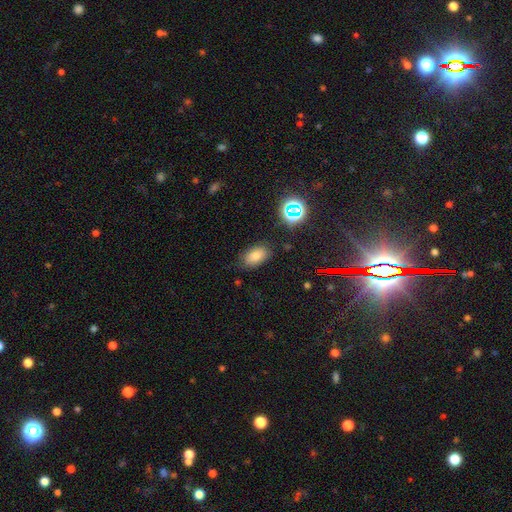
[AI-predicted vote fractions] smooth 78%, star or artifact 14%, featured or disk 8%. Down the decision tree: how rounded — in between (90%); merging — none (79%).